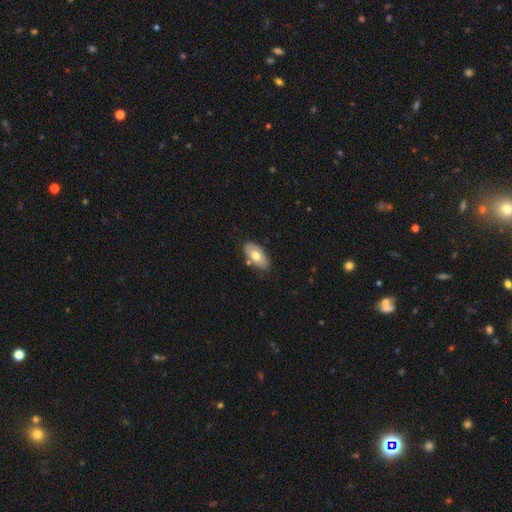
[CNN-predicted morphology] Q: Smooth or featured?
A: smooth (67%); runner-up: featured or disk (27%)
Q: How rounded?
A: in between (93%); runner-up: round (4%)
Q: Merging?
A: none (80%); runner-up: minor disturbance (13%)